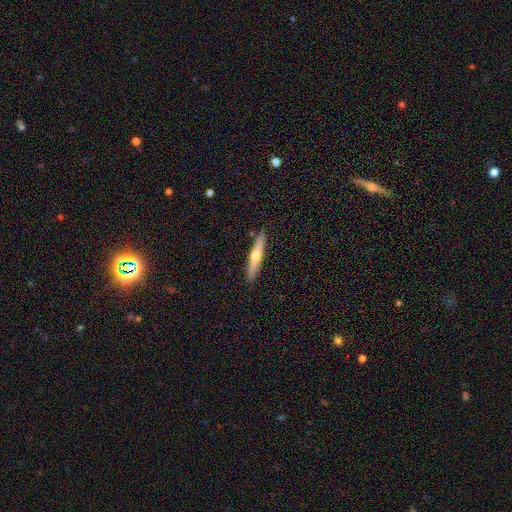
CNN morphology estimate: This is possibly a featured or disk galaxy (51%). It is clearly viewed edge-on (95%). Merging: clearly none (90%).